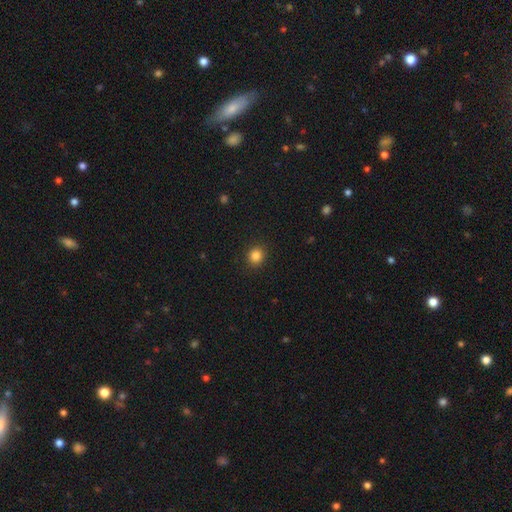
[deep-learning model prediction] Morphology: type=smooth (84%); roundness=round (86%); merging=none (91%).